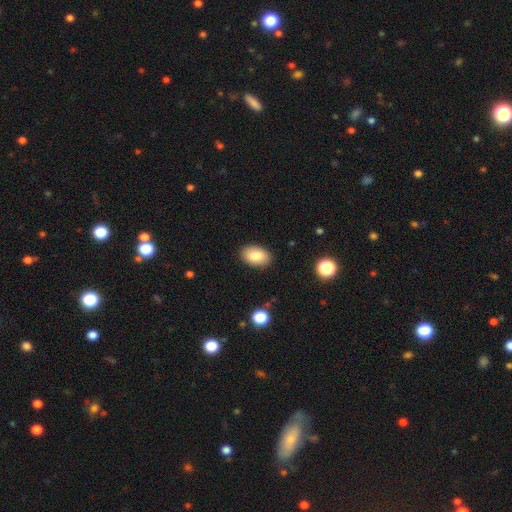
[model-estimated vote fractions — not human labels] smooth_or_featured: smooth (p=0.85) [alt: featured or disk p=0.08]
how_rounded: in between (p=0.90) [alt: round p=0.09]
merging: none (p=0.88) [alt: minor disturbance p=0.09]